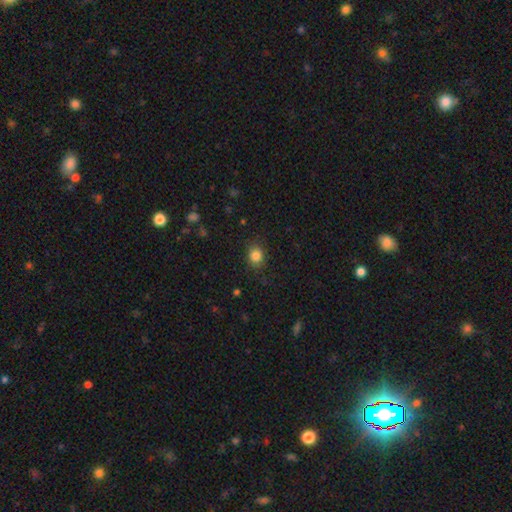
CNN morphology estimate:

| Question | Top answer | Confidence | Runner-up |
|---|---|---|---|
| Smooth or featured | smooth | 84% | star or artifact (11%) |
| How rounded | round | 65% | in between (34%) |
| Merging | none | 85% | minor disturbance (11%) |